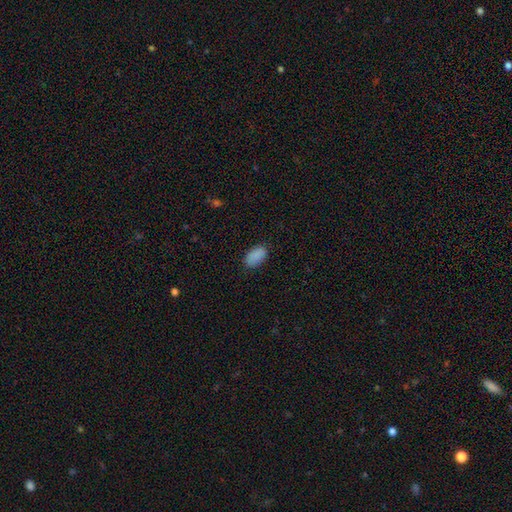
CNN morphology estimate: smooth-or-featured: smooth: 89% | star or artifact: 8% | featured or disk: 3%
  how-rounded: in between: 94% | round: 4% | cigar-shaped: 2%
  merging: none: 85% | minor disturbance: 11% | major disturbance: 2% | merger: 1%